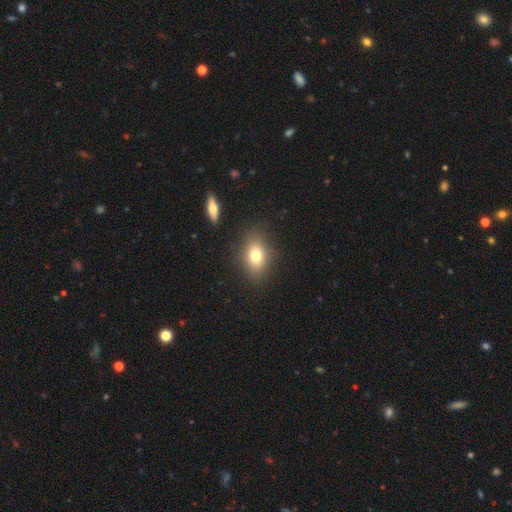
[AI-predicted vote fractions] smooth_or_featured: smooth (p=0.77) [alt: featured or disk p=0.13]
how_rounded: in between (p=0.76) [alt: round p=0.21]
merging: none (p=0.83) [alt: minor disturbance p=0.11]